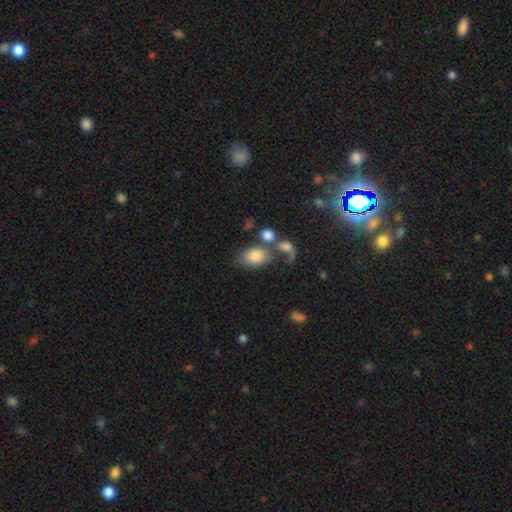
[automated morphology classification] smooth-or-featured: smooth: 75% | featured or disk: 17% | star or artifact: 8%
  how-rounded: in between: 82% | round: 17% | cigar-shaped: 1%
  merging: merger: 36% | none: 33% | major disturbance: 16% | minor disturbance: 14%